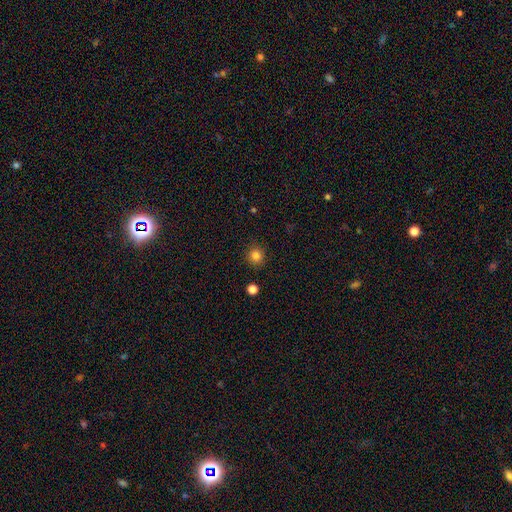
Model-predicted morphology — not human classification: The model was most divided on "smooth or featured": smooth: 83%, star or artifact: 12%, featured or disk: 5%. More confident: how rounded — round (93%); merging — none (91%).